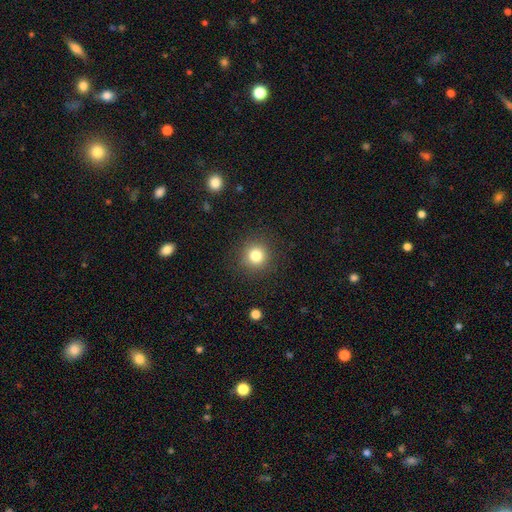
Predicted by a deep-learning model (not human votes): Smooth or featured? smooth (81%)
How rounded? round (94%)
Merging? none (90%)